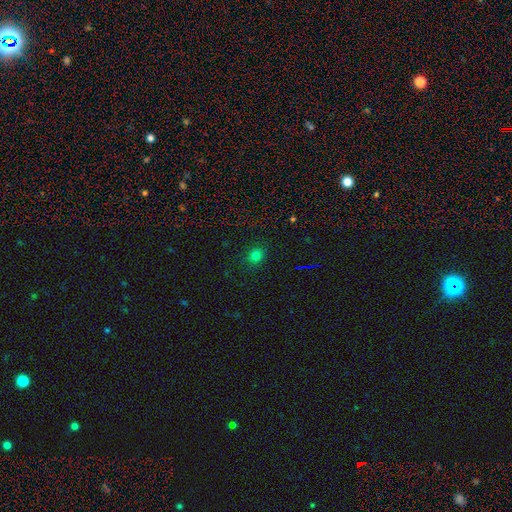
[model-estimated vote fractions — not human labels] Morphology: type=smooth (75%); roundness=round (74%); merging=none (86%).